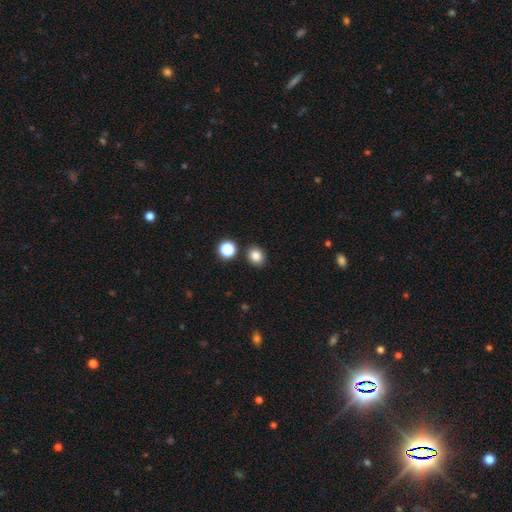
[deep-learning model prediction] Morphology: type=smooth (84%); roundness=round (65%); merging=none (86%).